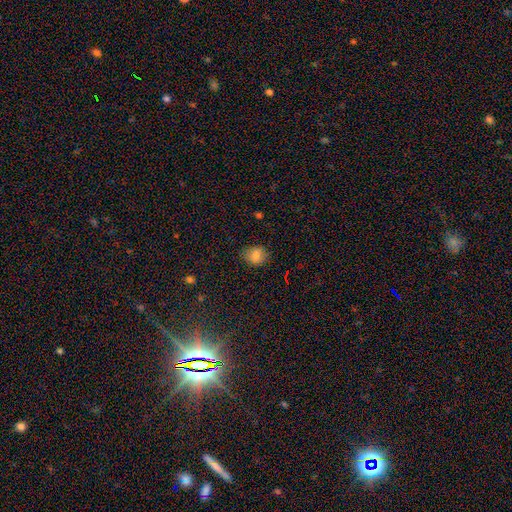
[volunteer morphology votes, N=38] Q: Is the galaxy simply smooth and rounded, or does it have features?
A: smooth — 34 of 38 (89%).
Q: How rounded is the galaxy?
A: round — 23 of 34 (68%).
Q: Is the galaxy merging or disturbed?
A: none — 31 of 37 (84%).